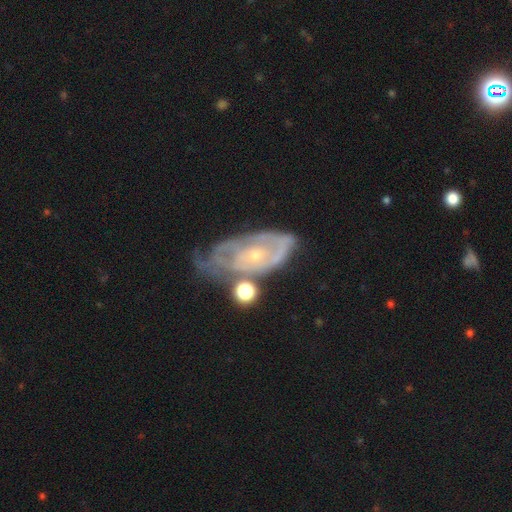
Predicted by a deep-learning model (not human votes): This appears to be a featured or disk galaxy (79%) with no bar (76%), tight (66%) spiral arms (82%) and a small central bulge (73%). Merging: none (37%).